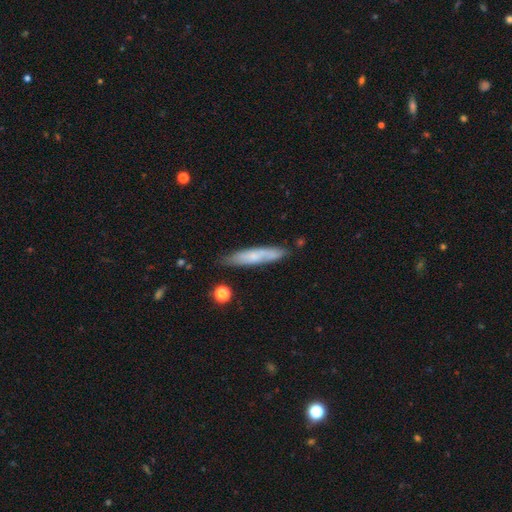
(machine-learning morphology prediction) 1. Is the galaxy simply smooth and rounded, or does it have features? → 58% smooth, 36% featured or disk, 7% star or artifact.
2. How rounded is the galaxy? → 88% cigar-shaped, 11% in between, 2% round.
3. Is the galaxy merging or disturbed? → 78% none, 16% minor disturbance, 3% merger, 3% major disturbance.